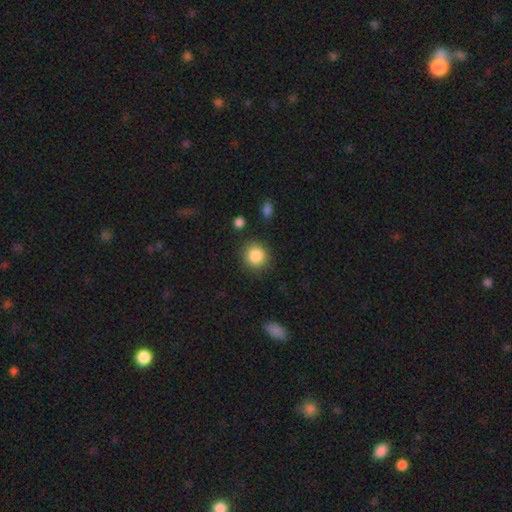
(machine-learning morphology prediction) Smooth or featured? smooth (86%)
How rounded? round (85%)
Merging? none (86%)